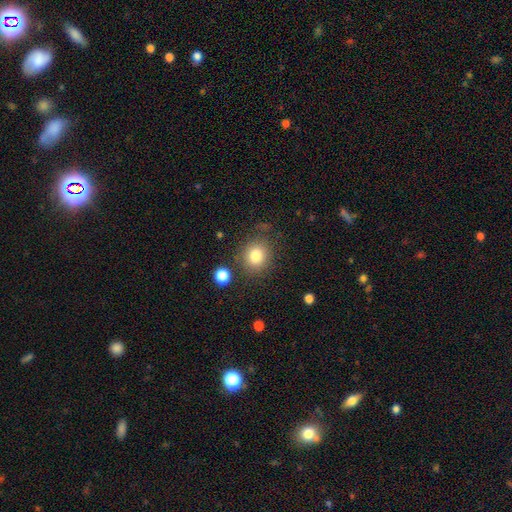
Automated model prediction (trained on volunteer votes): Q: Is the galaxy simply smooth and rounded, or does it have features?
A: smooth — 82%.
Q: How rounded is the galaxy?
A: round — 82%.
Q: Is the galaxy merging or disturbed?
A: none — 79%.